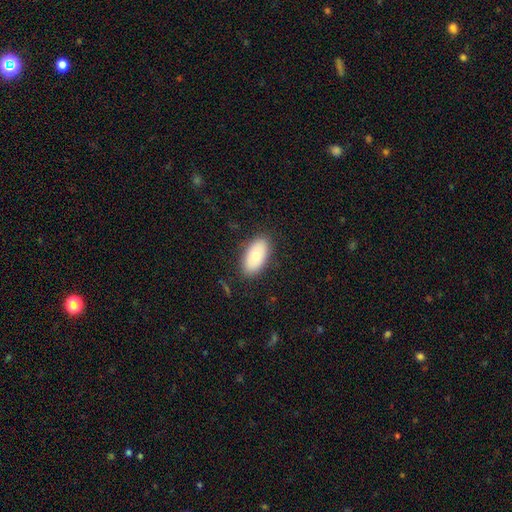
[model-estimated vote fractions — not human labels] Smooth or featured?
  - smooth: 70% *
  - featured or disk: 23%
  - star or artifact: 7%
How rounded?
  - in between: 94% *
  - round: 4%
  - cigar-shaped: 2%
Merging?
  - none: 85% *
  - minor disturbance: 11%
  - major disturbance: 3%
  - merger: 1%